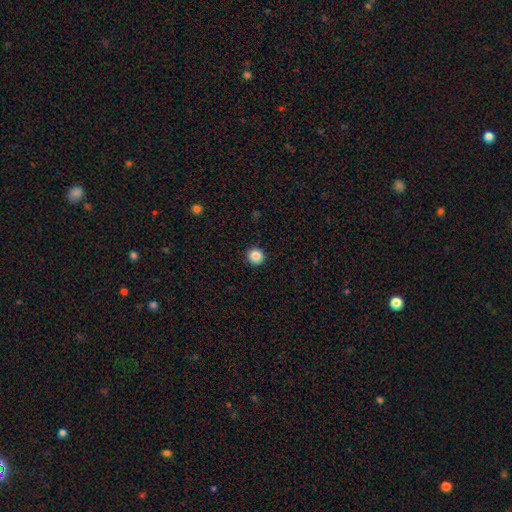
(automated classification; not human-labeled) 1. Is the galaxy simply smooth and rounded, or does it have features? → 86% smooth, 10% star or artifact, 4% featured or disk.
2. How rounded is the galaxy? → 95% round, 4% in between, 1% cigar-shaped.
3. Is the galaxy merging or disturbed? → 93% none, 4% minor disturbance, 2% major disturbance, 1% merger.